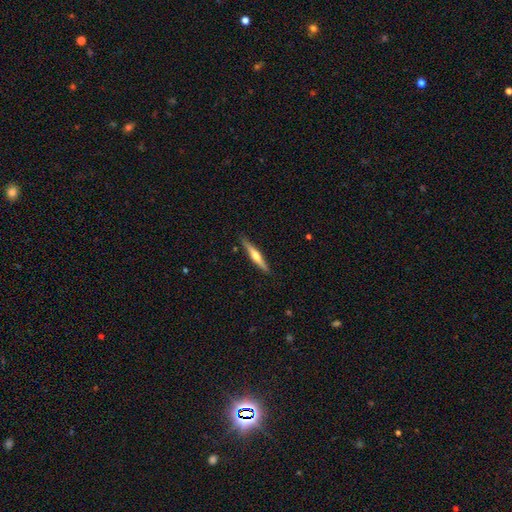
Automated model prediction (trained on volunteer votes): Smooth or featured? Predicted: featured or disk (p=0.59). Edge-on disk? Predicted: yes (p=0.97). Edge-on bulge? Predicted: rounded (p=0.88). Merging? Predicted: none (p=0.88).